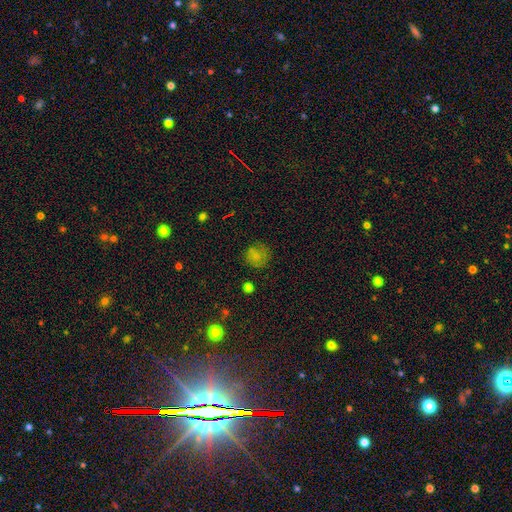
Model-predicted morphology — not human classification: Q: Smooth or featured?
A: smooth (69%); runner-up: star or artifact (19%)
Q: How rounded?
A: round (86%); runner-up: in between (13%)
Q: Merging?
A: none (70%); runner-up: minor disturbance (19%)